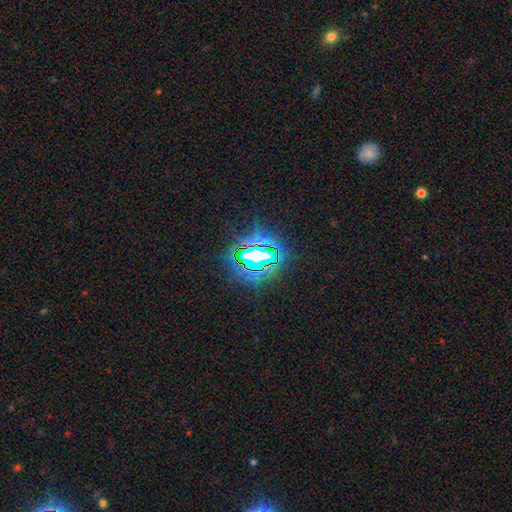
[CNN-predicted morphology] Smooth or featured? Predicted: star or artifact (p=0.77).